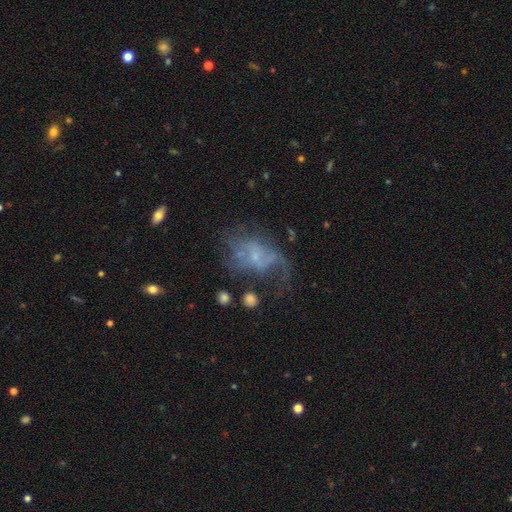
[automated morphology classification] Q: Smooth or featured?
A: featured or disk (58%); runner-up: smooth (27%)
Q: Edge-on disk?
A: no (97%); runner-up: yes (3%)
Q: Bar?
A: no (69%); runner-up: weak (26%)
Q: Spiral arms?
A: yes (51%); runner-up: no (49%)
Q: Bulge size?
A: small (55%); runner-up: none (30%)
Q: Merging?
A: major disturbance (46%); runner-up: none (29%)